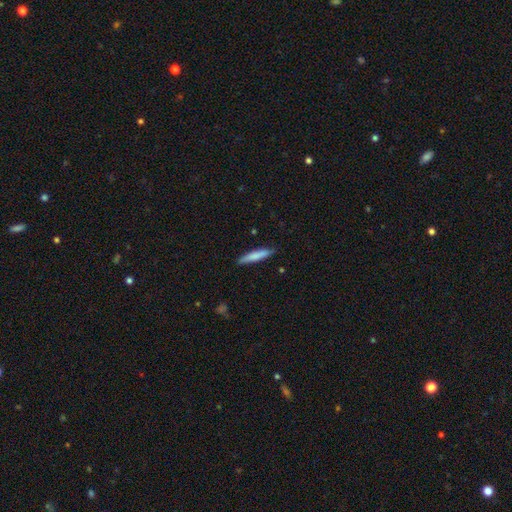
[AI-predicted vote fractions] A smooth galaxy with no disk features (76%) that is cigar-shaped (91%).

Vote fractions:
- Smooth or featured? smooth: 76% / featured or disk: 18% / star or artifact: 5%
- How rounded? cigar-shaped: 91% / in between: 8% / round: 1%
- Merging? none: 88% / minor disturbance: 9% / major disturbance: 2% / merger: 1%